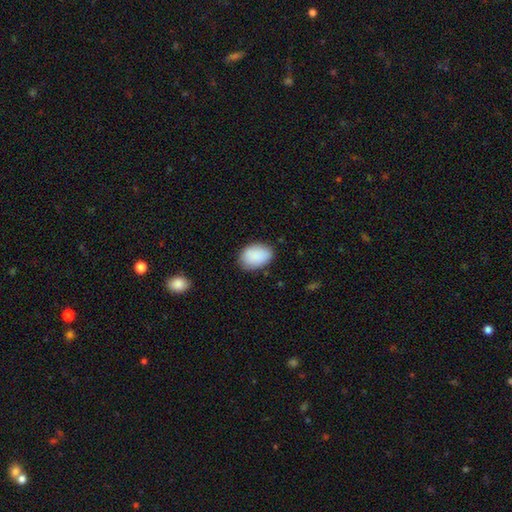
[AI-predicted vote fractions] A smooth galaxy with no disk features (89%) that is in between round and cigar-shaped (85%). Merging: none (80%).